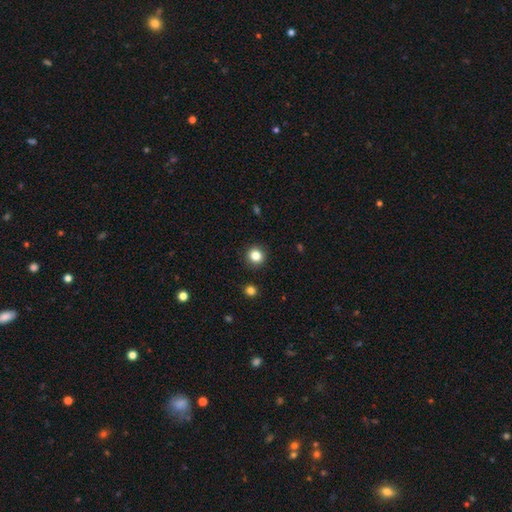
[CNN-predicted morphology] smooth_or_featured: smooth (p=0.83) [alt: star or artifact p=0.12]
how_rounded: round (p=0.93) [alt: in between p=0.06]
merging: none (p=0.92) [alt: minor disturbance p=0.05]